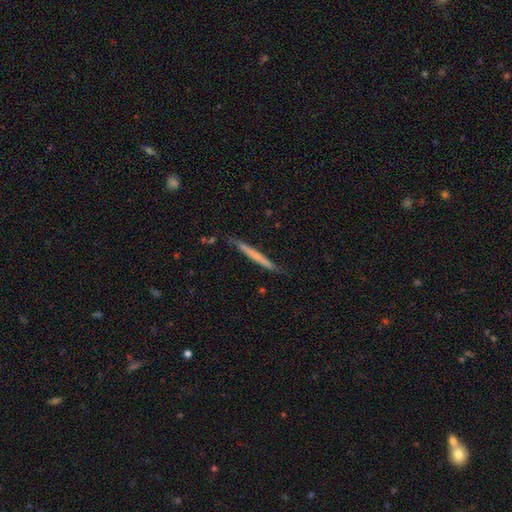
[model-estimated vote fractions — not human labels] smooth_or_featured: smooth (p=0.53) [alt: featured or disk p=0.41]
how_rounded: cigar-shaped (p=0.97) [alt: in between p=0.02]
merging: none (p=0.83) [alt: minor disturbance p=0.13]